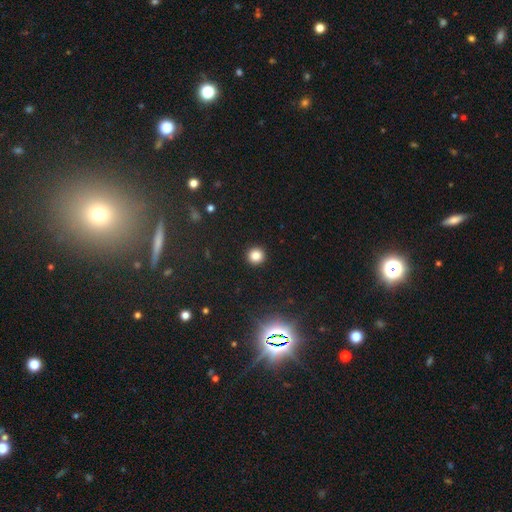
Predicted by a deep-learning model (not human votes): smooth-or-featured: smooth: 83% | star or artifact: 13% | featured or disk: 4%
  how-rounded: round: 95% | in between: 4% | cigar-shaped: 1%
  merging: none: 93% | minor disturbance: 4% | major disturbance: 2% | merger: 1%